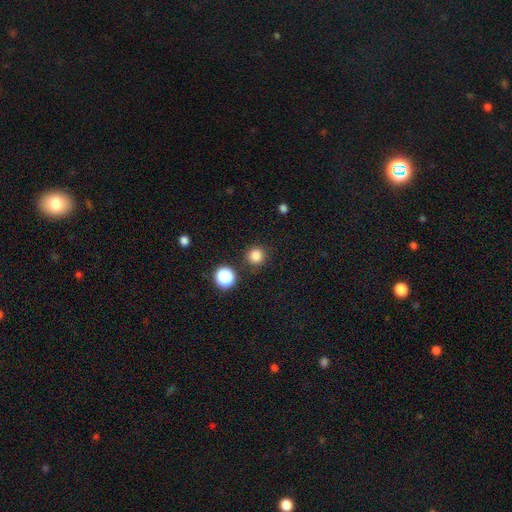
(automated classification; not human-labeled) smooth_or_featured: smooth (p=0.82) [alt: star or artifact p=0.14]
how_rounded: round (p=0.95) [alt: in between p=0.04]
merging: none (p=0.89) [alt: minor disturbance p=0.06]